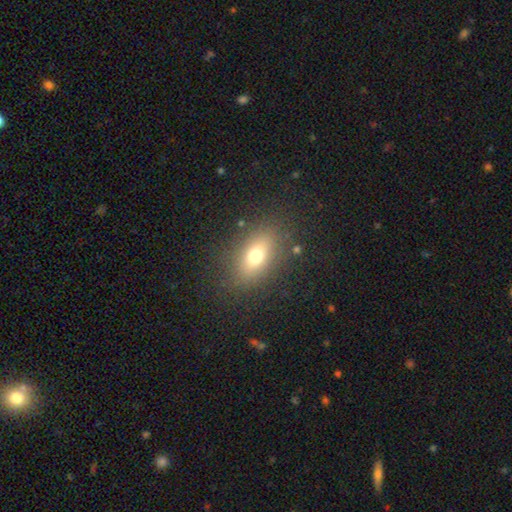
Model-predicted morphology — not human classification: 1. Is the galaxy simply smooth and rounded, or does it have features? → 70% smooth, 17% featured or disk, 13% star or artifact.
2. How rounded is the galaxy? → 78% in between, 15% round, 6% cigar-shaped.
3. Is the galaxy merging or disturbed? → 83% none, 10% minor disturbance, 5% major disturbance, 2% merger.